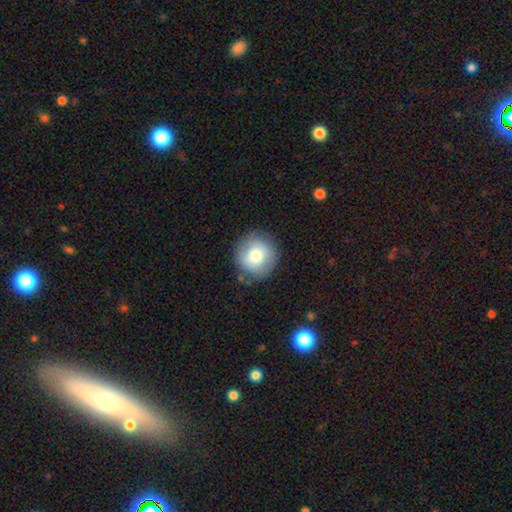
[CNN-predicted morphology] type=smooth (76%); roundness=round (93%); merging=none (83%).